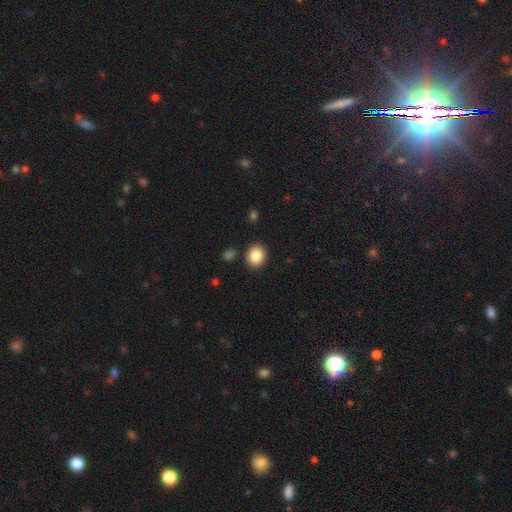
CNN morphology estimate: Smooth or featured? smooth (87%)
How rounded? round (50%)
Merging? none (87%)